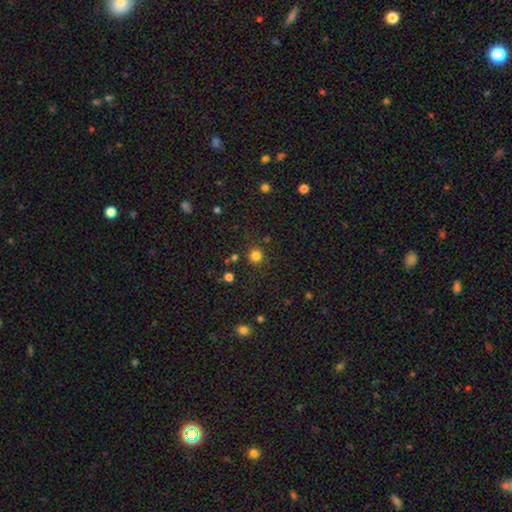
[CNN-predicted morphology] Smooth or featured? Predicted: smooth (p=0.81). How rounded? Predicted: round (p=0.93). Merging? Predicted: none (p=0.86).